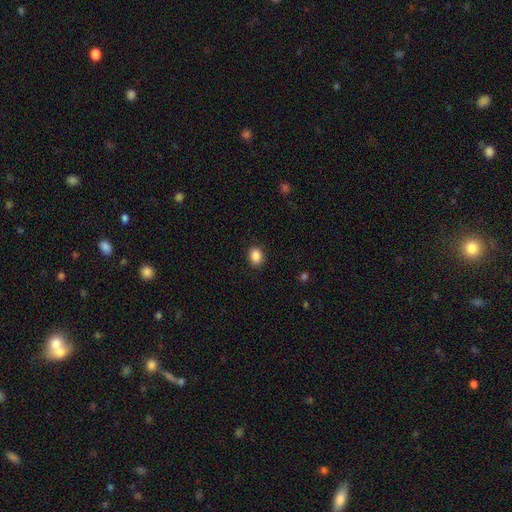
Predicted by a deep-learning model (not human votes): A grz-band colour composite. It shows a smooth galaxy with no disk features (88%) that is in between round and cigar-shaped (53%). Merging: none (88%).